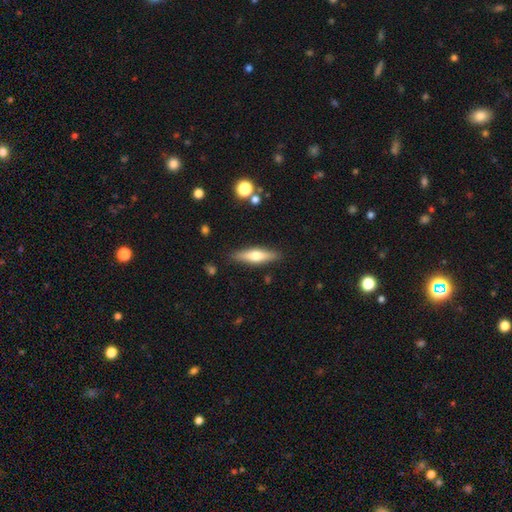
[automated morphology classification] Smooth or featured: smooth — 50% (featured or disk — 44%)
Merging: none — 87% (minor disturbance — 9%)